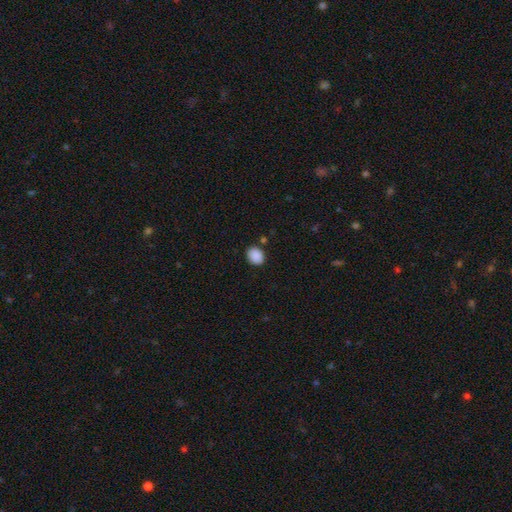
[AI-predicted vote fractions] The model was most divided on "how rounded": in between: 52%, round: 48%, cigar-shaped: 1%. More confident: smooth or featured — smooth (89%); merging — none (84%).